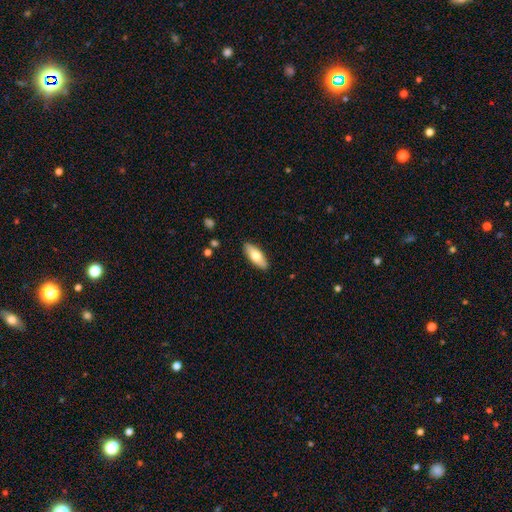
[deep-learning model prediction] This is likely a smooth galaxy (73%). How rounded: likely in between (73%). Merging: clearly none (89%).